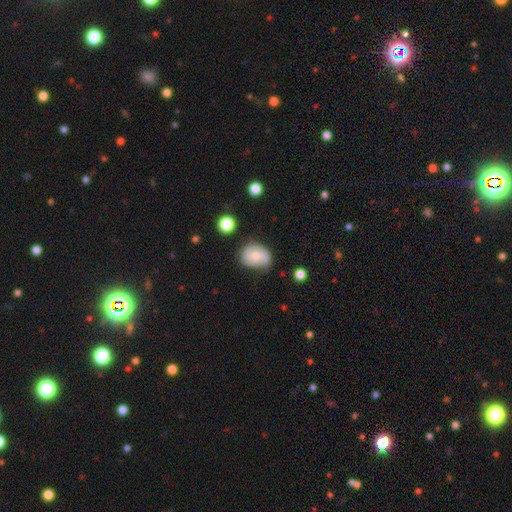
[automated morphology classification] type=smooth (59%); roundness=in between (56%); merging=none (58%).